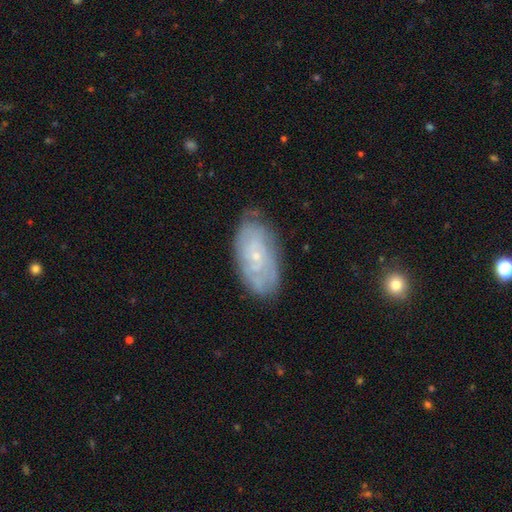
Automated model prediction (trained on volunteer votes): Smooth or featured?
  - featured or disk: 63% *
  - smooth: 30%
  - star or artifact: 8%
Edge-on disk?
  - no: 92% *
  - yes: 8%
Bar?
  - no: 81% *
  - weak: 16%
  - strong: 3%
Spiral arms?
  - yes: 71% *
  - no: 29%
Bulge size?
  - small: 82% *
  - moderate: 13%
  - none: 3%
  - large: 1%
  - dominant: 1%
Merging?
  - none: 74% *
  - minor disturbance: 19%
  - major disturbance: 5%
  - merger: 2%